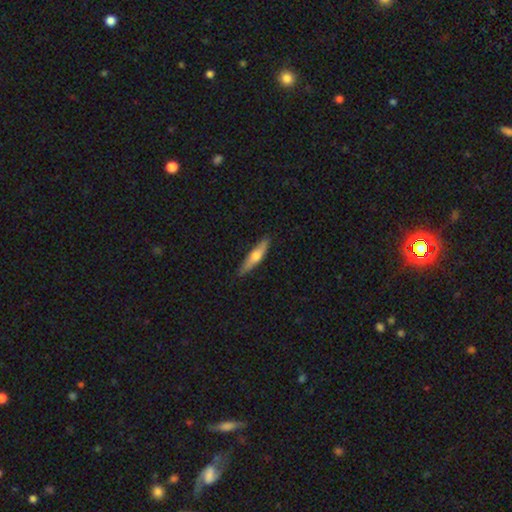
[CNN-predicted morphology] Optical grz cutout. It shows a smooth galaxy with no disk features (54%) that is cigar-shaped (82%). Merging: none (86%).